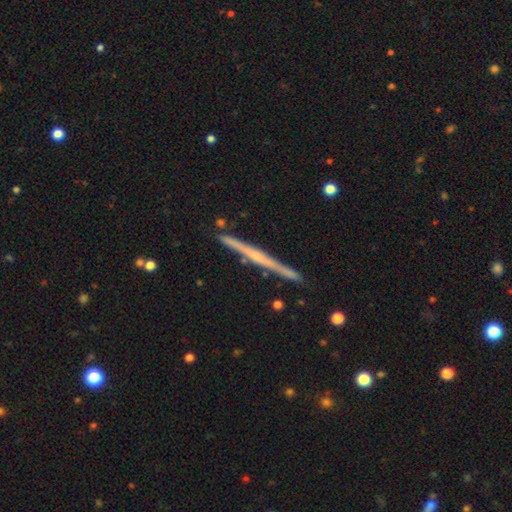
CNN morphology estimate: featured or disk 74%, smooth 20%, star or artifact 5%. Down the decision tree: edge-on disk — yes (98%); edge-on bulge — none (48%); merging — none (90%).